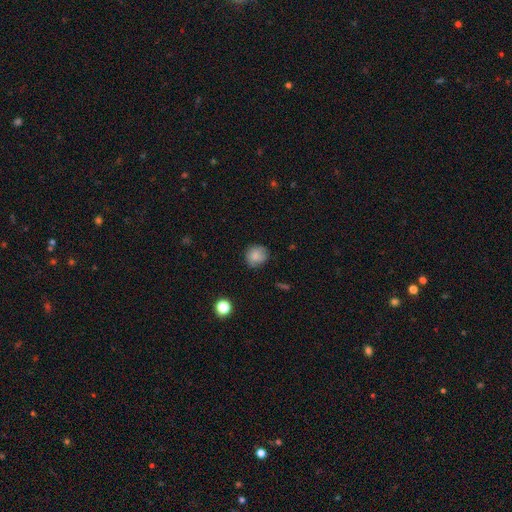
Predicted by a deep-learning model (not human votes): A smooth galaxy with no disk features (85%) that is round (86%).

Vote fractions:
- Smooth or featured? smooth: 85% / star or artifact: 9% / featured or disk: 6%
- How rounded? round: 86% / in between: 13% / cigar-shaped: 1%
- Merging? none: 78% / minor disturbance: 17% / major disturbance: 3% / merger: 1%